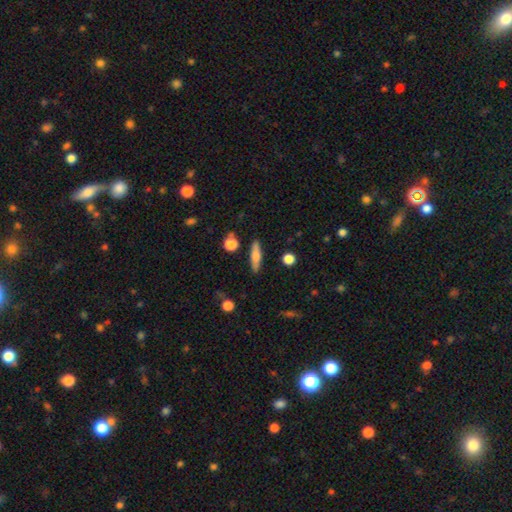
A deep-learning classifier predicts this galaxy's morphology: This appears to be a smooth galaxy with no disk features (69%) that is cigar-shaped (71%). Merging: none (85%).